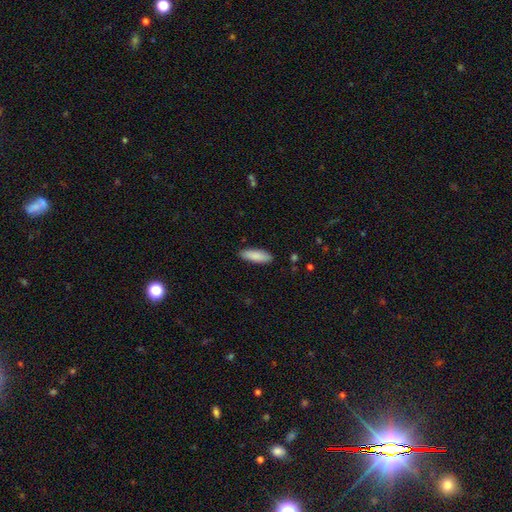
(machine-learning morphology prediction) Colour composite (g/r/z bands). It shows a smooth galaxy with no disk features (88%) that is in between round and cigar-shaped (58%). Merging: none (89%).